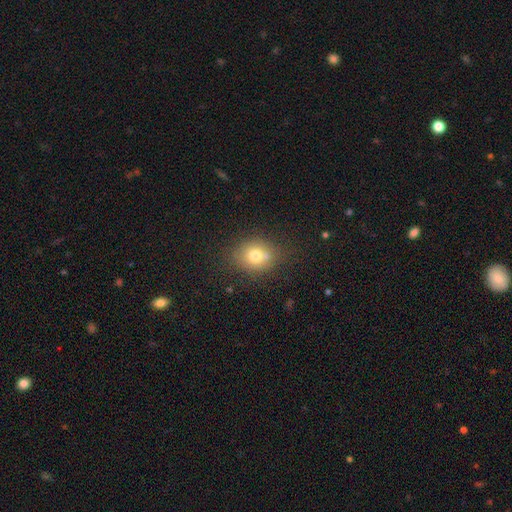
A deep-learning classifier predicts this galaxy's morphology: Smooth or featured?
  - smooth: 74% *
  - featured or disk: 13%
  - star or artifact: 13%
How rounded?
  - round: 70% *
  - in between: 29%
  - cigar-shaped: 1%
Merging?
  - none: 70% *
  - minor disturbance: 14%
  - merger: 12%
  - major disturbance: 4%